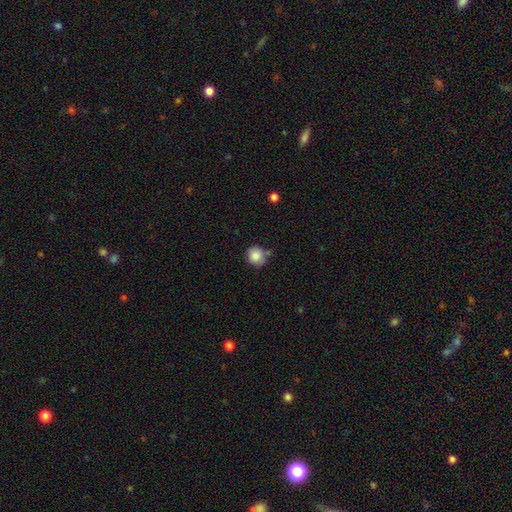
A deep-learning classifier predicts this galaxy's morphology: smooth_or_featured: smooth (p=0.86) [alt: star or artifact p=0.09]
how_rounded: round (p=0.89) [alt: in between p=0.10]
merging: none (p=0.68) [alt: minor disturbance p=0.21]